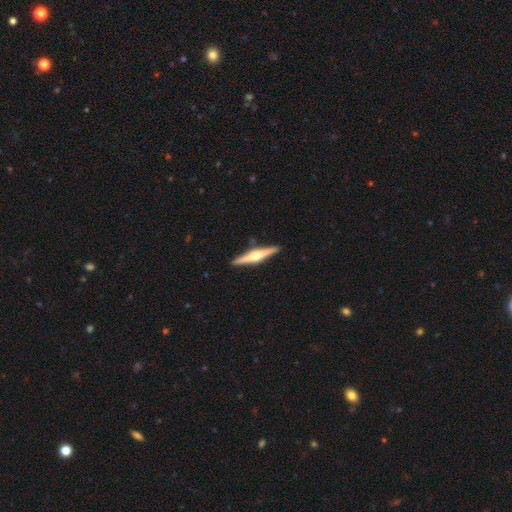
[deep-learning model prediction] Smooth or featured?
  - featured or disk: 74% *
  - smooth: 21%
  - star or artifact: 5%
Edge-on disk?
  - yes: 98% *
  - no: 2%
Edge-on bulge?
  - rounded: 88% *
  - boxy: 8%
  - none: 4%
Merging?
  - none: 91% *
  - minor disturbance: 6%
  - major disturbance: 1%
  - merger: 1%